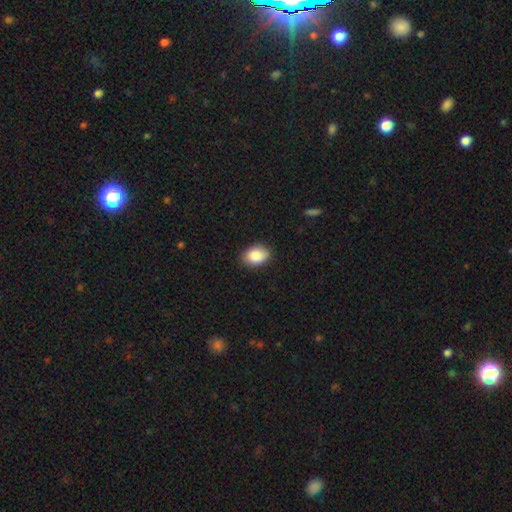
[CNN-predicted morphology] This appears to be a smooth galaxy with no disk features (88%) that is in between round and cigar-shaped (80%). Merging: none (85%).